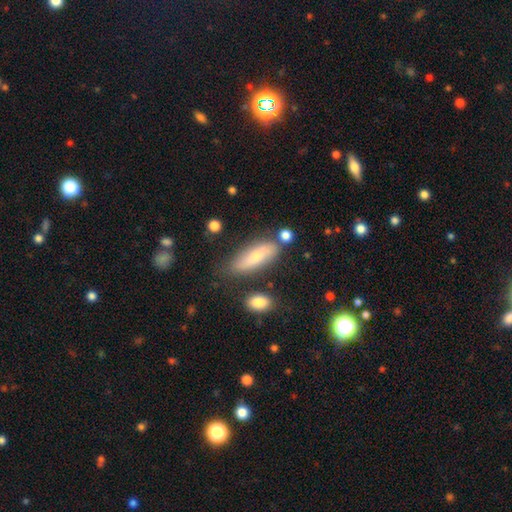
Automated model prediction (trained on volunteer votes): Smooth or featured: smooth — 60% (featured or disk — 33%)
How rounded: in between — 59% (cigar-shaped — 38%)
Merging: none — 66% (minor disturbance — 20%)